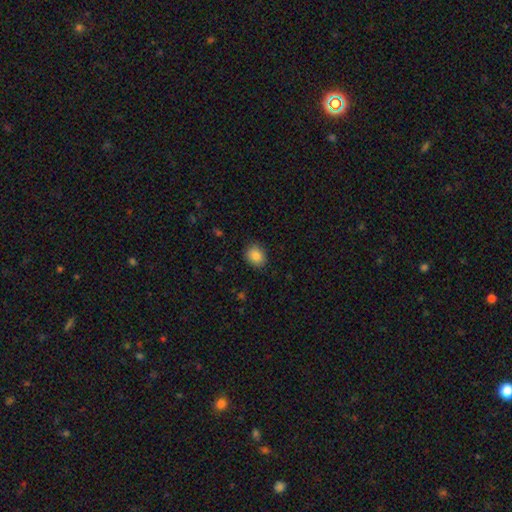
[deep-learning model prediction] Morphology: type=smooth (84%); roundness=round (61%); merging=none (88%).